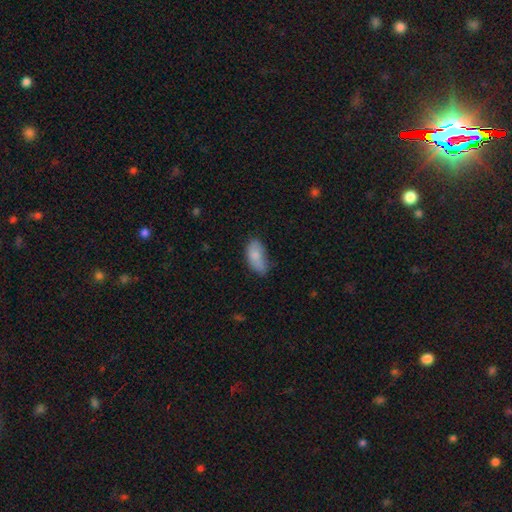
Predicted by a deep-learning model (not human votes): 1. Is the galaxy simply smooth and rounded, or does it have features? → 80% smooth, 13% featured or disk, 7% star or artifact.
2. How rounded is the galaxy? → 92% in between, 5% cigar-shaped, 4% round.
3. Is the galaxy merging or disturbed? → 47% none, 37% minor disturbance, 11% major disturbance, 5% merger.